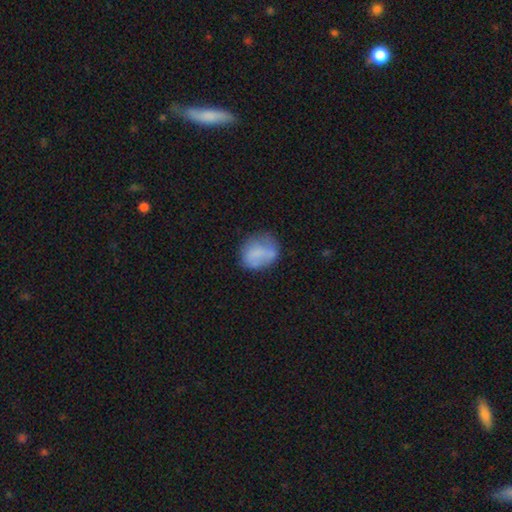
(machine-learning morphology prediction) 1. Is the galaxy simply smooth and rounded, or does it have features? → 70% smooth, 22% featured or disk, 8% star or artifact.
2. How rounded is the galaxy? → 57% round, 42% in between, 1% cigar-shaped.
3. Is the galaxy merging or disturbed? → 52% none, 28% minor disturbance, 14% major disturbance, 6% merger.